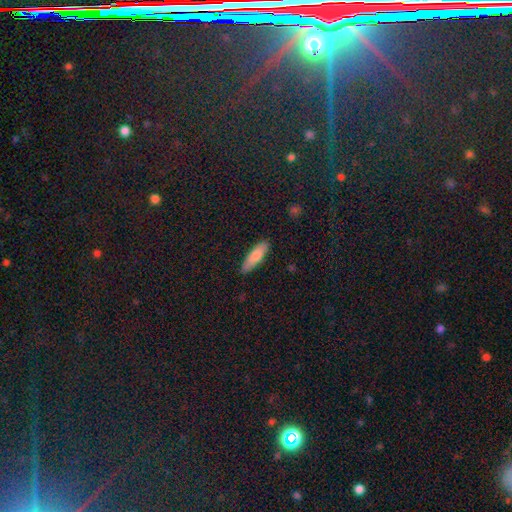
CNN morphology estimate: Smooth or featured? smooth (81%)
How rounded? cigar-shaped (58%)
Merging? none (87%)